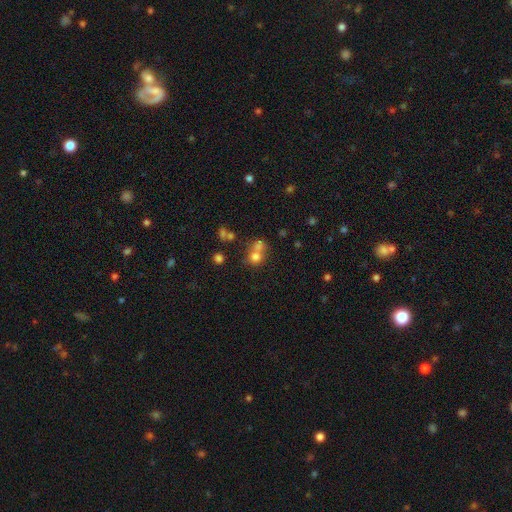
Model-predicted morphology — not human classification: Smooth or featured? Predicted: smooth (p=0.69). How rounded? Predicted: round (p=0.79). Merging? Predicted: merger (p=0.47).